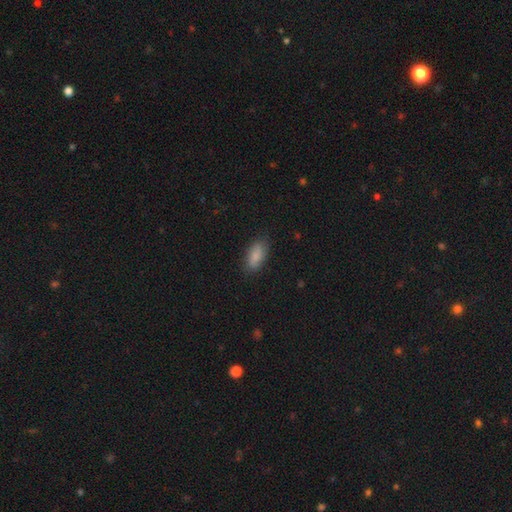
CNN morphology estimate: type=smooth (87%); roundness=in between (87%); merging=none (83%).